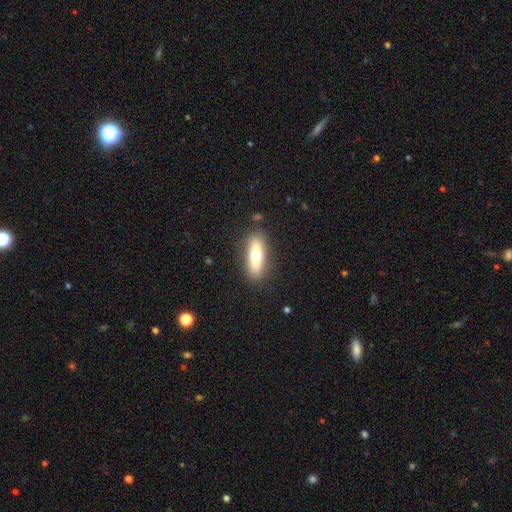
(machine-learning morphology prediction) A smooth galaxy with no disk features (66%) that is cigar-shaped (55%).

Vote fractions:
- Smooth or featured? smooth: 66% / featured or disk: 28% / star or artifact: 6%
- How rounded? cigar-shaped: 55% / in between: 43% / round: 2%
- Merging? none: 86% / minor disturbance: 10% / major disturbance: 3% / merger: 2%